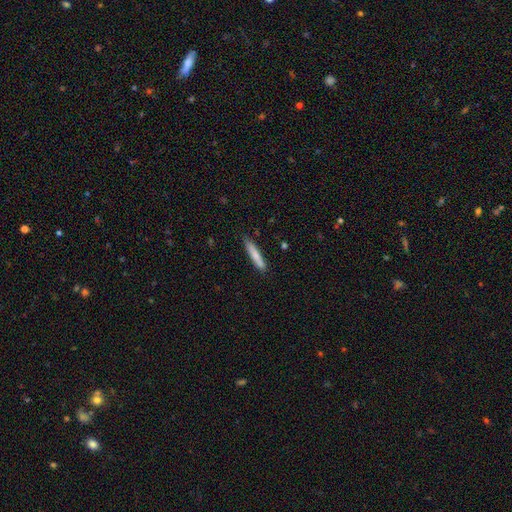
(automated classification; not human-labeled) Morphology: type=smooth (77%); roundness=cigar-shaped (92%); merging=none (83%).